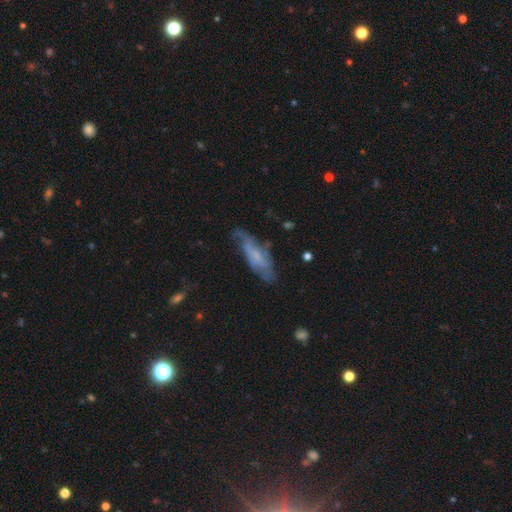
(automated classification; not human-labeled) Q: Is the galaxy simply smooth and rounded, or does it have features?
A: featured or disk — 49%.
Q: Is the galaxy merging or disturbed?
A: none — 55%.